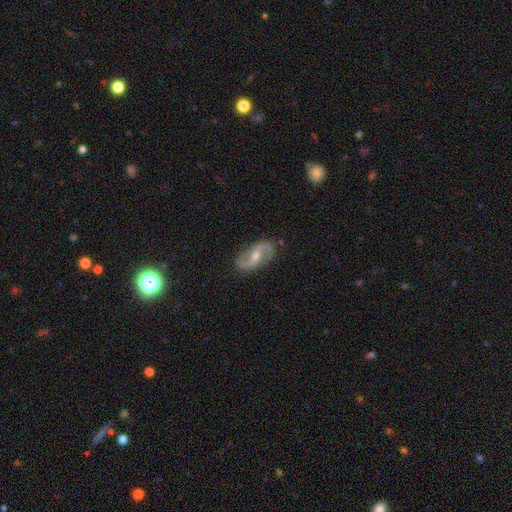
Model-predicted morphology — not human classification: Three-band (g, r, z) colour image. It shows a featured or disk galaxy (88%) with a weak bar (41%), 2 (94%) loose (58%) spiral arms (96%) and a moderate central bulge (53%). Merging: none (86%).